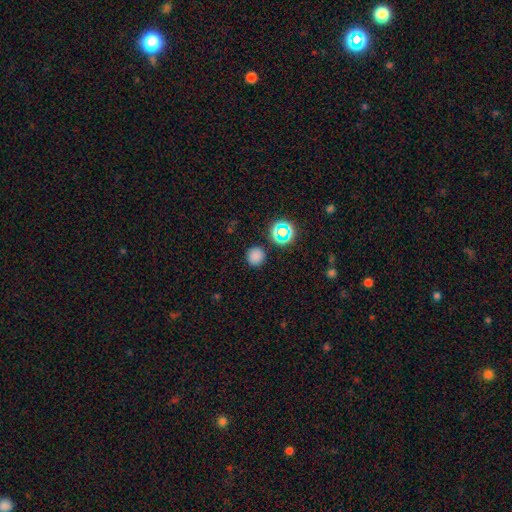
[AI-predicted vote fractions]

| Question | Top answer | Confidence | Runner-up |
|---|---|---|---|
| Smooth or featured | smooth | 76% | star or artifact (19%) |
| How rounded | round | 93% | in between (6%) |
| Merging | none | 87% | minor disturbance (7%) |